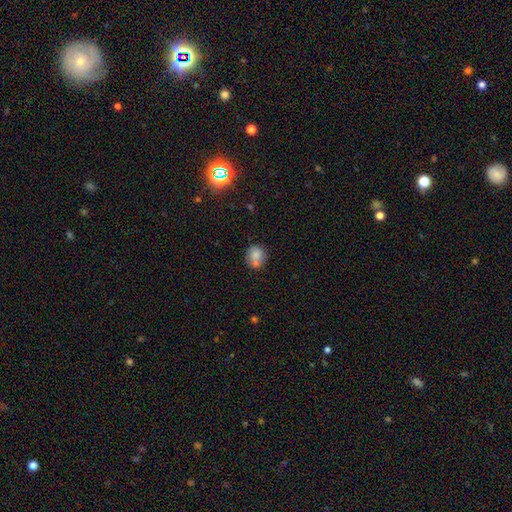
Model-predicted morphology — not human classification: smooth_or_featured: smooth (p=0.76) [alt: featured or disk p=0.15]
how_rounded: round (p=0.79) [alt: in between p=0.20]
merging: none (p=0.54) [alt: merger p=0.26]